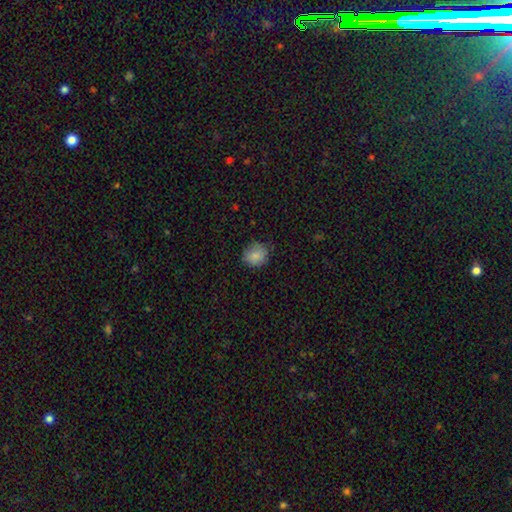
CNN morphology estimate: The model was most divided on "how rounded": round: 77%, in between: 22%, cigar-shaped: 1%. More confident: smooth or featured — smooth (85%); merging — none (80%).